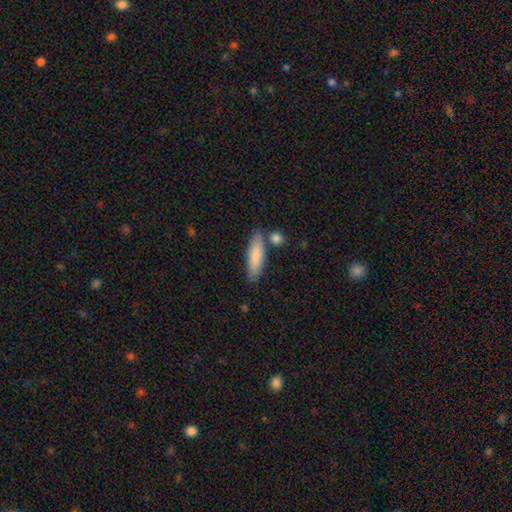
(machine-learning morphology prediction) Smooth or featured? smooth (81%)
How rounded? cigar-shaped (61%)
Merging? none (79%)